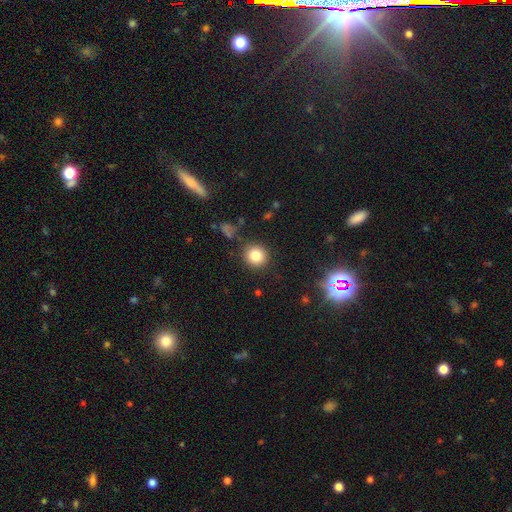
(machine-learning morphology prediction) type=smooth (81%); roundness=round (90%); merging=none (87%).